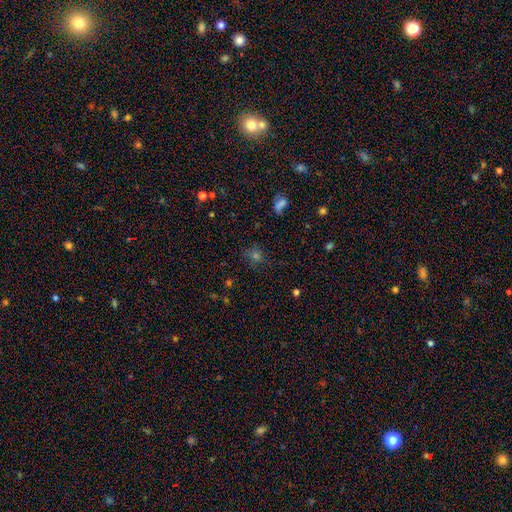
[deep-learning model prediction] smooth-or-featured: smooth: 52% | star or artifact: 37% | featured or disk: 11%
  how-rounded: round: 77% | in between: 22% | cigar-shaped: 2%
  merging: none: 76% | minor disturbance: 15% | major disturbance: 7% | merger: 2%